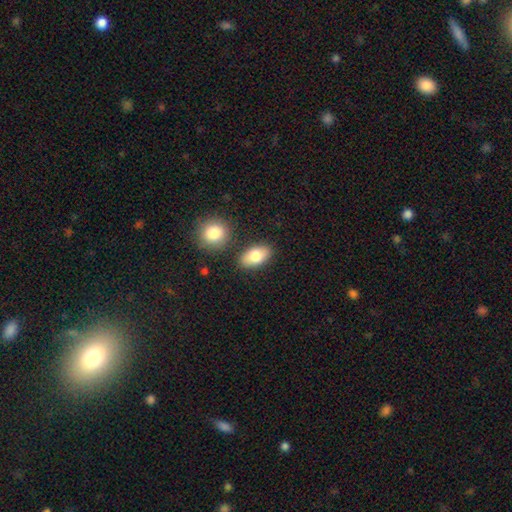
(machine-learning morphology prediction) The model was most divided on "smooth or featured": smooth: 79%, featured or disk: 14%, star or artifact: 7%. More confident: how rounded — in between (90%); merging — none (80%).